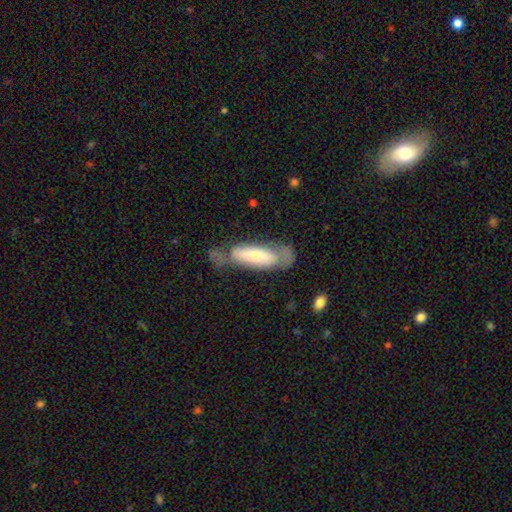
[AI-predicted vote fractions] Smooth or featured? smooth (56%)
How rounded? in between (56%)
Merging? none (40%)